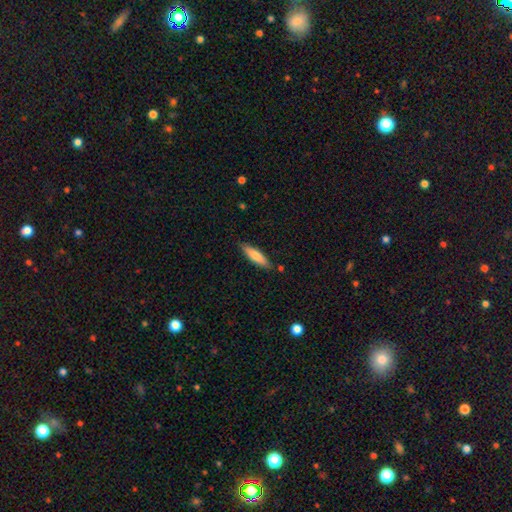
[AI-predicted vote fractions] A smooth galaxy with no disk features (78%) that is cigar-shaped (68%).

Vote fractions:
- Smooth or featured? smooth: 78% / featured or disk: 16% / star or artifact: 6%
- How rounded? cigar-shaped: 68% / in between: 31% / round: 1%
- Merging? none: 84% / minor disturbance: 12% / merger: 2% / major disturbance: 2%